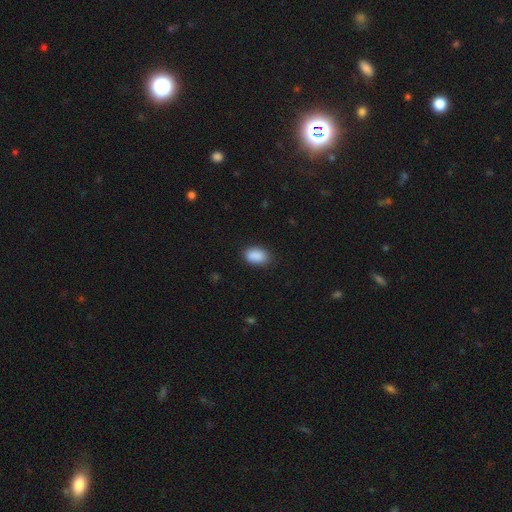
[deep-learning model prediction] Morphology: type=smooth (90%); roundness=in between (90%); merging=none (85%).